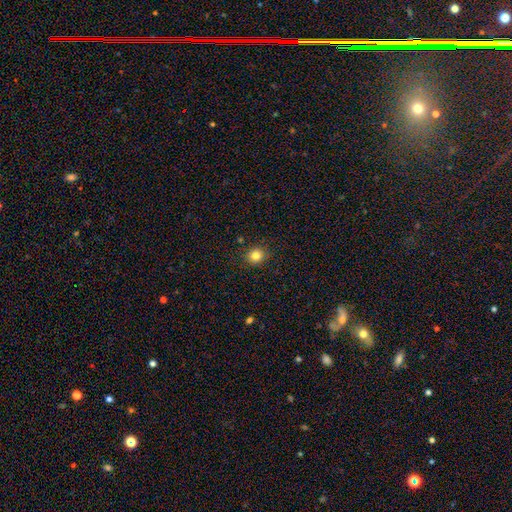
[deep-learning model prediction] A smooth galaxy with no disk features (83%) that is round (79%).

Vote fractions:
- Smooth or featured? smooth: 83% / star or artifact: 12% / featured or disk: 6%
- How rounded? round: 79% / in between: 20% / cigar-shaped: 1%
- Merging? none: 89% / minor disturbance: 7% / major disturbance: 2% / merger: 1%